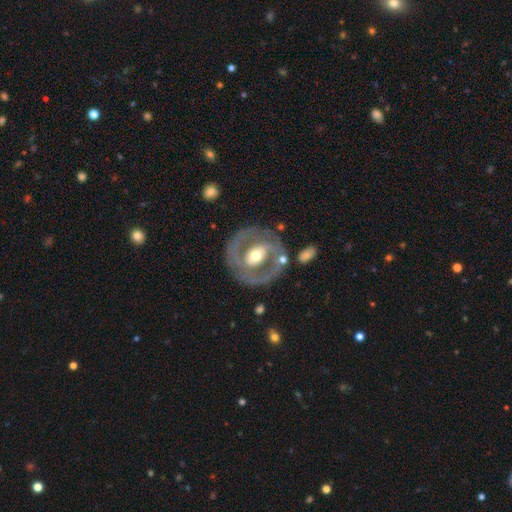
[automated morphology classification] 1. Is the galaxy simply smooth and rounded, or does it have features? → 72% featured or disk, 23% smooth, 5% star or artifact.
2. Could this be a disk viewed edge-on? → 95% no, 5% yes.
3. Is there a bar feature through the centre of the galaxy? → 44% no, 31% weak, 25% strong.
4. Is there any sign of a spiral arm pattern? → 60% no, 40% yes.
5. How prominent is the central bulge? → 68% moderate, 16% large, 14% small, 1% dominant, 1% none.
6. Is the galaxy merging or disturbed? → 74% none, 13% minor disturbance, 9% major disturbance, 4% merger.